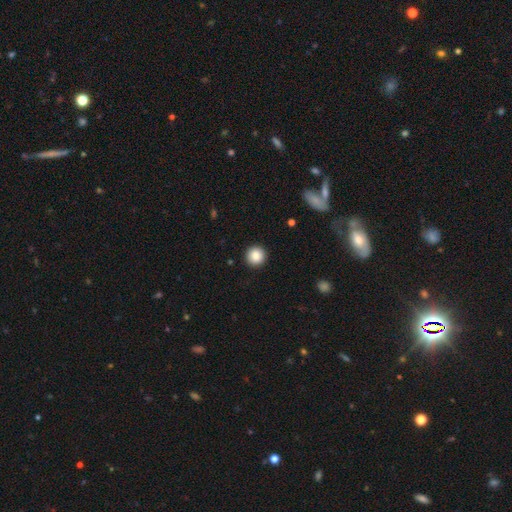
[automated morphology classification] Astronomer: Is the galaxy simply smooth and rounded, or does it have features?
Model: smooth — 86%.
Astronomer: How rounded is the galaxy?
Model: round — 95%.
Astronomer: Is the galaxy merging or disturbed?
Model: none — 92%.